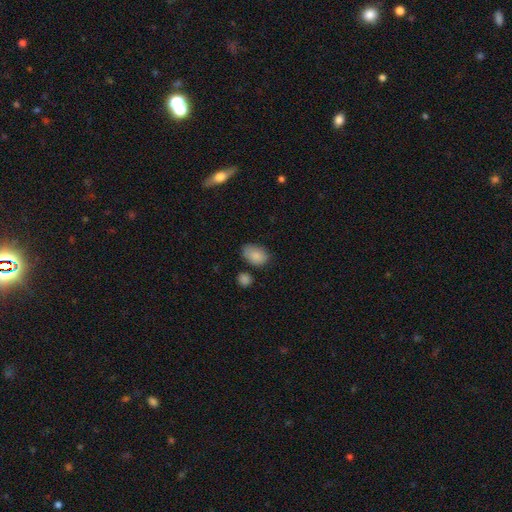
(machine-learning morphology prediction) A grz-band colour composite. It shows a smooth galaxy with no disk features (85%) that is in between round and cigar-shaped (87%). Merging: none (70%).